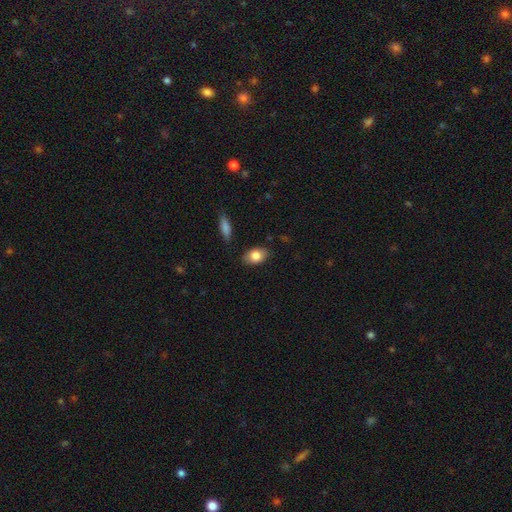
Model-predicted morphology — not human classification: This appears to be a smooth galaxy with no disk features (81%) that is in between round and cigar-shaped (86%). Merging: none (84%).